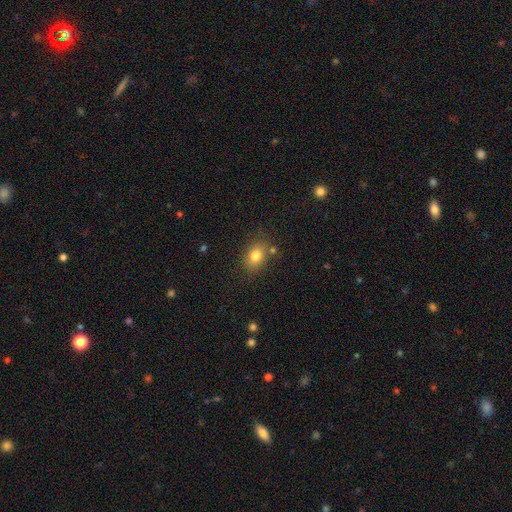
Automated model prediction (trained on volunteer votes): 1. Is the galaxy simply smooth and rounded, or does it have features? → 80% smooth, 11% star or artifact, 9% featured or disk.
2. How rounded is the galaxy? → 70% in between, 28% round, 1% cigar-shaped.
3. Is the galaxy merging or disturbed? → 77% none, 13% minor disturbance, 6% merger, 4% major disturbance.